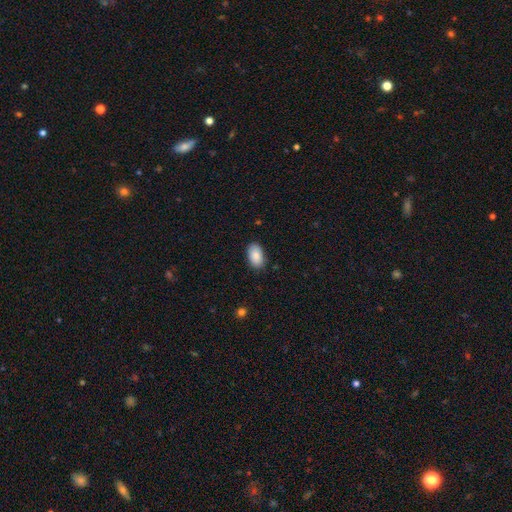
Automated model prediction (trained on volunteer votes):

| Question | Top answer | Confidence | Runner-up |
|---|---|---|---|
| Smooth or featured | smooth | 87% | star or artifact (7%) |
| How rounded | in between | 94% | round (4%) |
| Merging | none | 86% | minor disturbance (11%) |